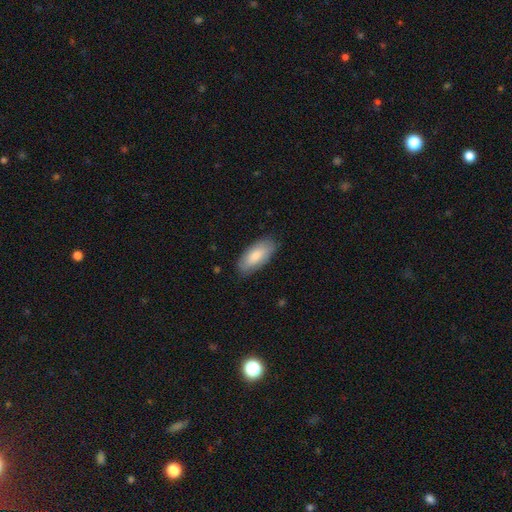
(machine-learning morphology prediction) This is clearly a smooth galaxy (81%). How rounded: clearly in between (89%). Merging: clearly none (83%).